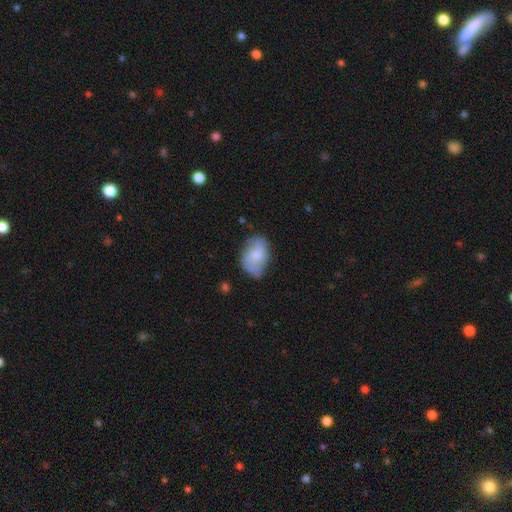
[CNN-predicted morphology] Smooth or featured? Predicted: smooth (p=0.54). How rounded? Predicted: in between (p=0.85). Merging? Predicted: none (p=0.62).